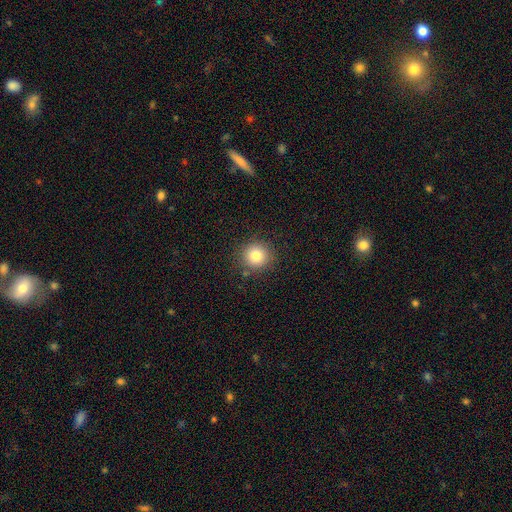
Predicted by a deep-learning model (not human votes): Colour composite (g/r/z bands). It shows a smooth galaxy with no disk features (81%) that is round (92%). Merging: none (87%).